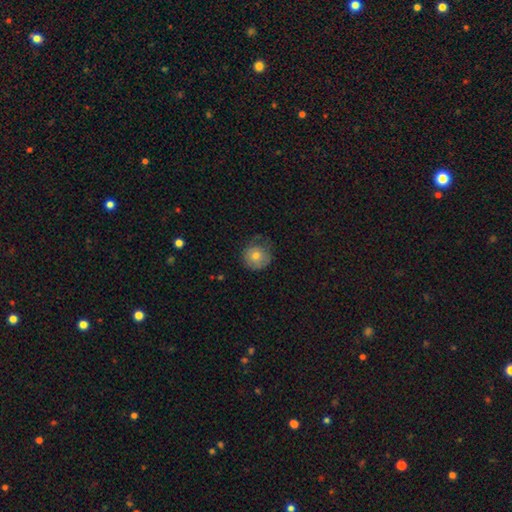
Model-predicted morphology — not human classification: A smooth galaxy with no disk features (70%) that is round (92%).

Vote fractions:
- Smooth or featured? smooth: 70% / featured or disk: 22% / star or artifact: 8%
- How rounded? round: 92% / in between: 8% / cigar-shaped: 1%
- Merging? none: 58% / minor disturbance: 27% / major disturbance: 13% / merger: 1%